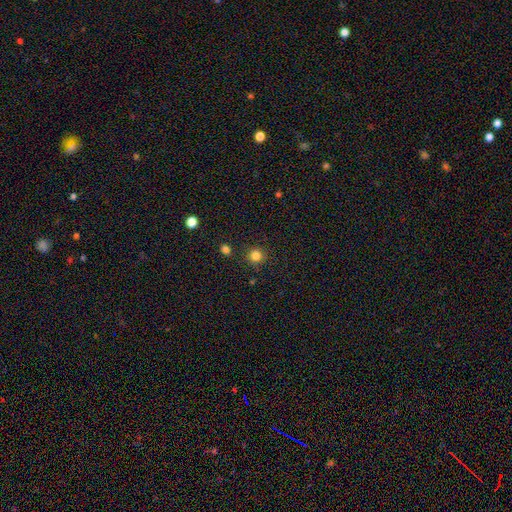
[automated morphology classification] smooth-or-featured: smooth: 83% | star or artifact: 13% | featured or disk: 4%
  how-rounded: round: 93% | in between: 6% | cigar-shaped: 1%
  merging: none: 89% | minor disturbance: 6% | merger: 3% | major disturbance: 2%